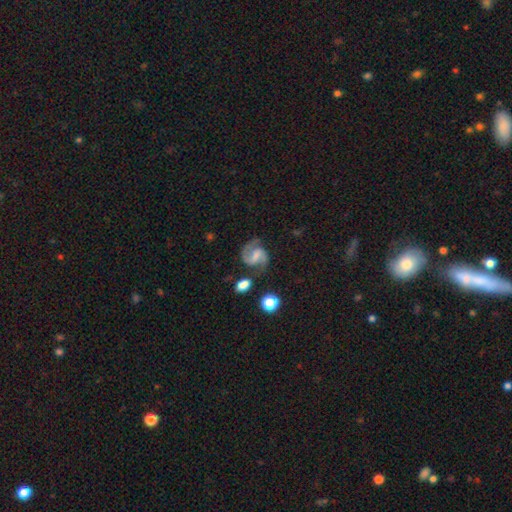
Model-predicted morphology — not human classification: Smooth or featured: featured or disk — 86% (smooth — 8%)
Edge-on disk: no — 98% (yes — 2%)
Bar: weak — 48% (strong — 29%)
Spiral arms: yes — 97% (no — 3%)
Spiral winding: medium — 59% (loose — 22%)
Spiral arm count: 2 — 93% (can't tell — 2%)
Bulge size: none — 37% (small — 31%)
Merging: none — 73% (minor disturbance — 15%)